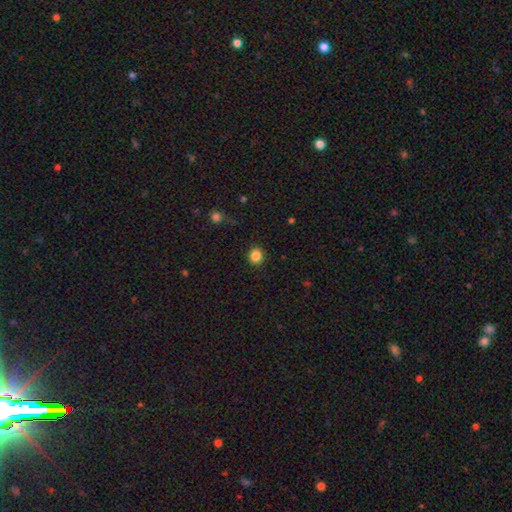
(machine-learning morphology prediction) Smooth or featured: smooth — 86% (star or artifact — 11%)
How rounded: round — 78% (in between — 21%)
Merging: none — 89% (minor disturbance — 8%)